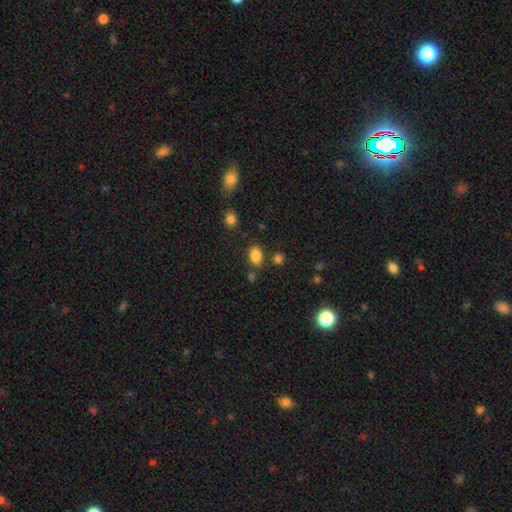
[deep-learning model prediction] smooth-or-featured: smooth: 84% | star or artifact: 11% | featured or disk: 5%
  how-rounded: in between: 80% | round: 19% | cigar-shaped: 1%
  merging: none: 75% | minor disturbance: 13% | merger: 8% | major disturbance: 4%